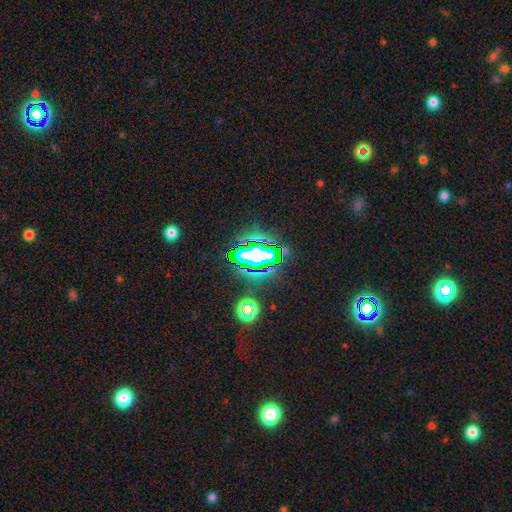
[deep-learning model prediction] Smooth or featured?
  - star or artifact: 66% *
  - smooth: 19%
  - featured or disk: 16%